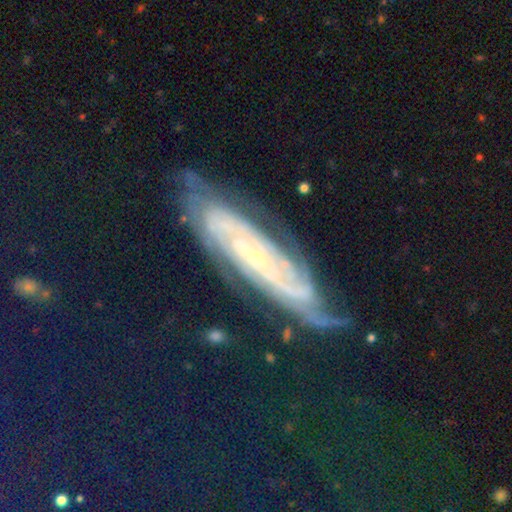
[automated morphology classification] Smooth or featured? featured or disk (57%)
Edge-on disk? no (73%)
Merging? none (72%)